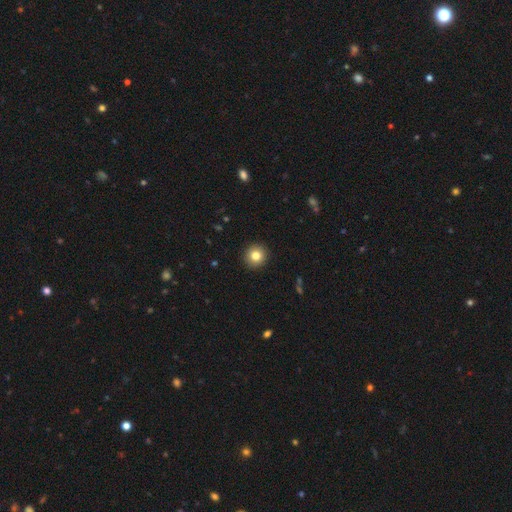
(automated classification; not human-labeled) Smooth or featured? smooth (81%)
How rounded? round (94%)
Merging? none (93%)